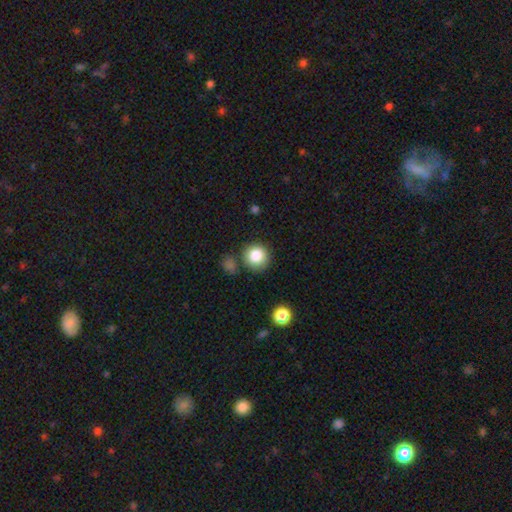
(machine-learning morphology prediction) Smooth or featured? smooth (84%)
How rounded? round (92%)
Merging? none (78%)